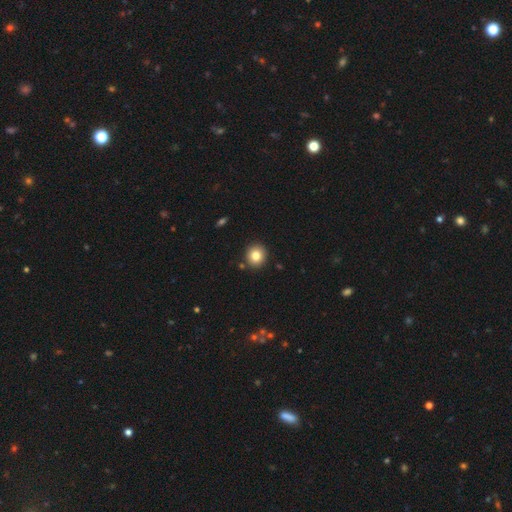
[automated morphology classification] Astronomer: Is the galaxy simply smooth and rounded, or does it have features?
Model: smooth — 81%.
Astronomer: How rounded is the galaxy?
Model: round — 89%.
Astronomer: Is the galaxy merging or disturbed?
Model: none — 89%.